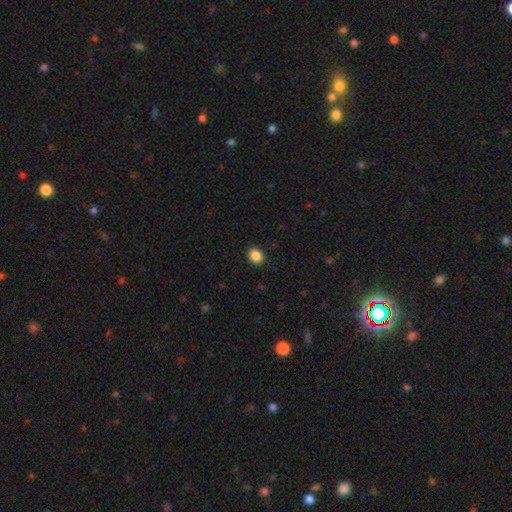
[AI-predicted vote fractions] Smooth or featured: smooth — 88% (star or artifact — 9%)
How rounded: round — 57% (in between — 42%)
Merging: none — 91% (minor disturbance — 6%)